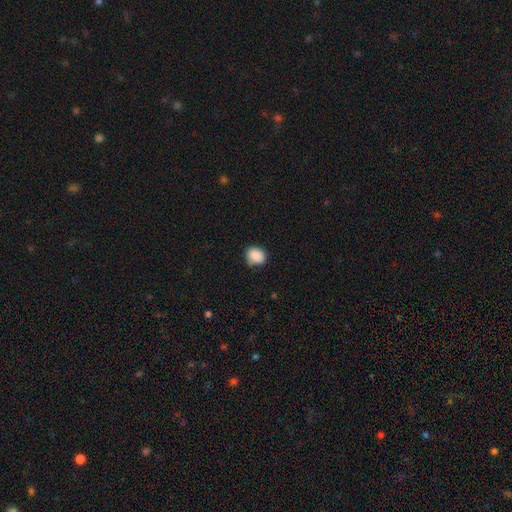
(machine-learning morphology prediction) Smooth or featured: smooth — 89% (star or artifact — 8%)
How rounded: round — 58% (in between — 41%)
Merging: none — 79% (minor disturbance — 16%)